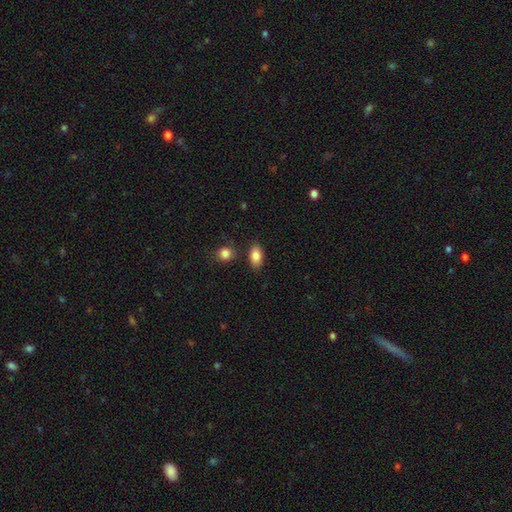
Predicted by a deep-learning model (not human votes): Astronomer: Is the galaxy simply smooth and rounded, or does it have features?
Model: smooth — 85%.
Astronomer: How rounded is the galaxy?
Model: in between — 90%.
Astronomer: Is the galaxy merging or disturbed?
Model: none — 83%.